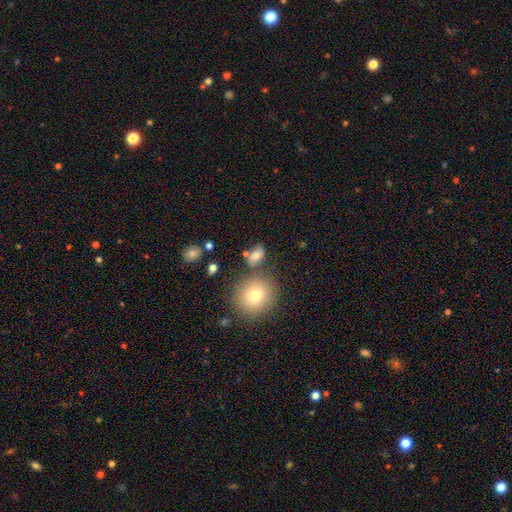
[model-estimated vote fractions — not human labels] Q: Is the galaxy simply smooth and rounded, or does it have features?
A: smooth — 73%.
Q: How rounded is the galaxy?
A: in between — 74%.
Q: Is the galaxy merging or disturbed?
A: none — 59%.